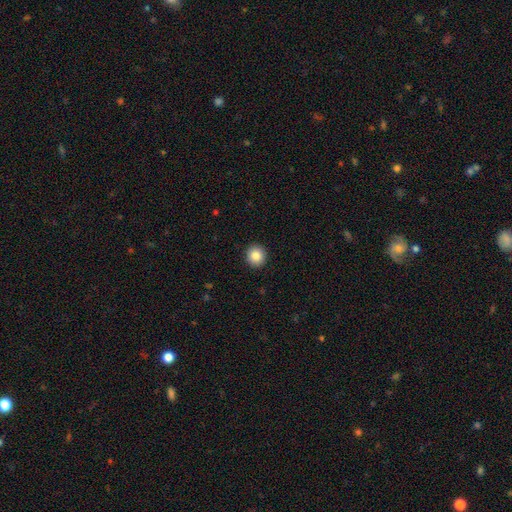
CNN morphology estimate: Overall: smooth (85%). How rounded: round (90%). Merging: none (93%).